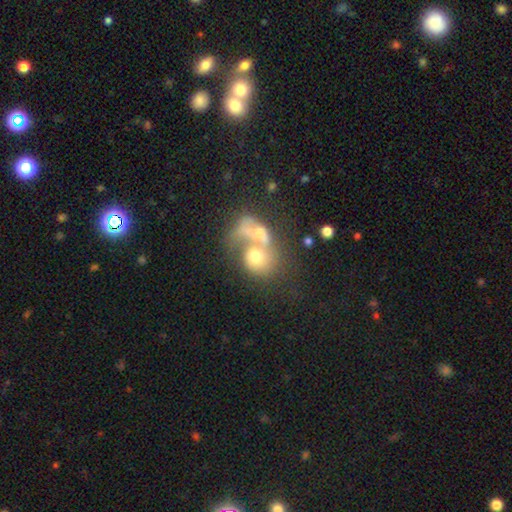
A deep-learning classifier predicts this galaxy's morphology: type=smooth (52%); roundness=round (57%); merging=merger (73%).